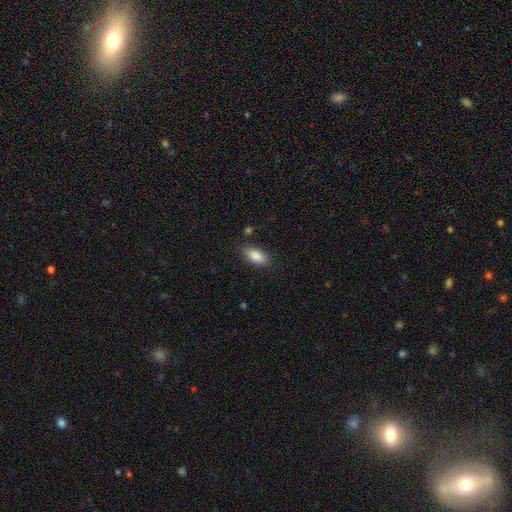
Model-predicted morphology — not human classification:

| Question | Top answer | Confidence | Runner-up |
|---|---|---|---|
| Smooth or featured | smooth | 88% | star or artifact (7%) |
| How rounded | in between | 90% | cigar-shaped (6%) |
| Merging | none | 82% | minor disturbance (12%) |